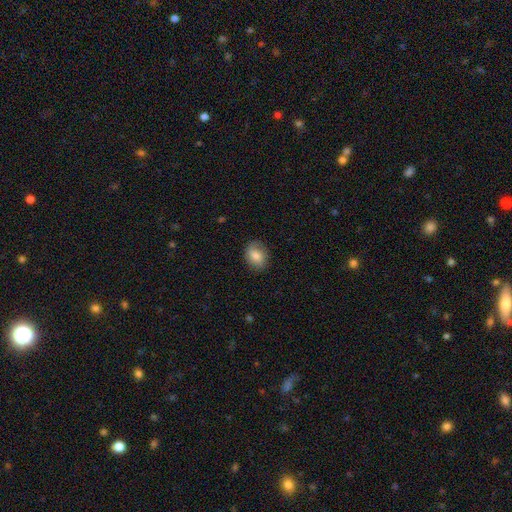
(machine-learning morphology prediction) This is likely a smooth galaxy (78%). How rounded: possibly in between (58%). Merging: clearly none (80%).